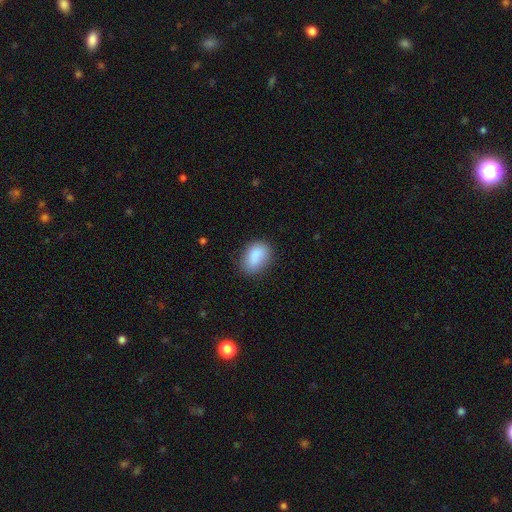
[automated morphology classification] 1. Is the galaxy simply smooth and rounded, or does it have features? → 87% smooth, 7% star or artifact, 6% featured or disk.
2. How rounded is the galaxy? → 80% in between, 19% round, 1% cigar-shaped.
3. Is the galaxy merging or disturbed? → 73% none, 20% minor disturbance, 5% major disturbance, 2% merger.